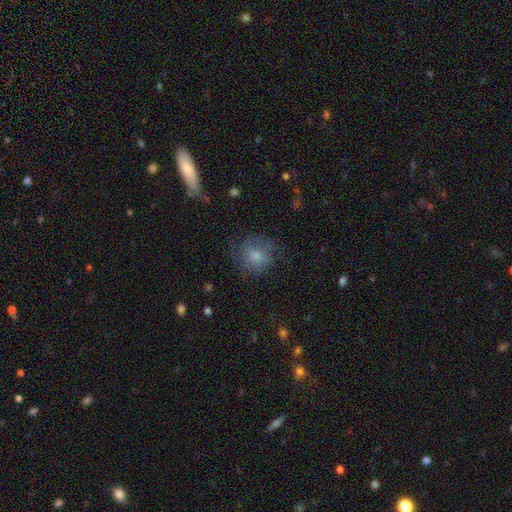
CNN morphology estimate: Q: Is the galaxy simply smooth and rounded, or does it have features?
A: smooth — 50%.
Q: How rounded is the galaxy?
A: round — 83%.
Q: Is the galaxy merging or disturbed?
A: none — 69%.